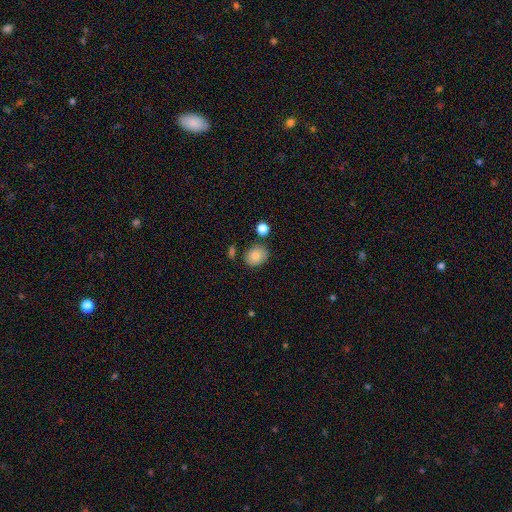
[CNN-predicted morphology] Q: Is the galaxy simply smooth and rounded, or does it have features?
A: smooth — 81%.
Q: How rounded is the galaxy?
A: round — 59%.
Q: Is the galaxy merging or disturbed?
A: none — 77%.